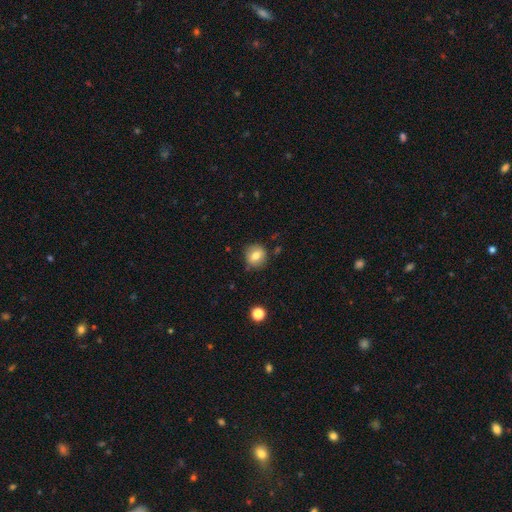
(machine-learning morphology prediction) Smooth or featured?
  - smooth: 77% *
  - featured or disk: 13%
  - star or artifact: 10%
How rounded?
  - round: 84% *
  - in between: 16%
  - cigar-shaped: 1%
Merging?
  - none: 81% *
  - minor disturbance: 14%
  - major disturbance: 3%
  - merger: 2%